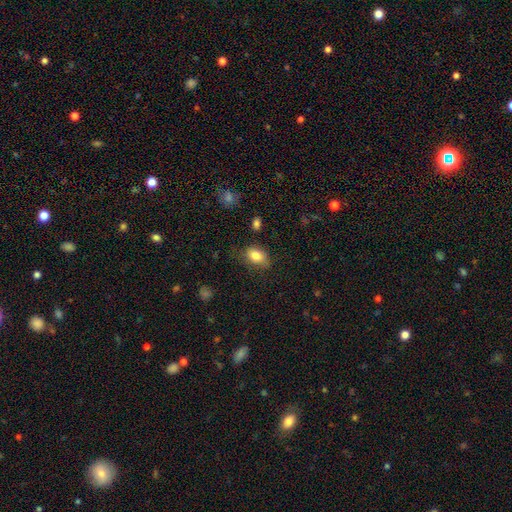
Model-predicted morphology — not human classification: Q: Smooth or featured?
A: smooth (83%); runner-up: featured or disk (9%)
Q: How rounded?
A: in between (84%); runner-up: round (15%)
Q: Merging?
A: none (70%); runner-up: minor disturbance (22%)